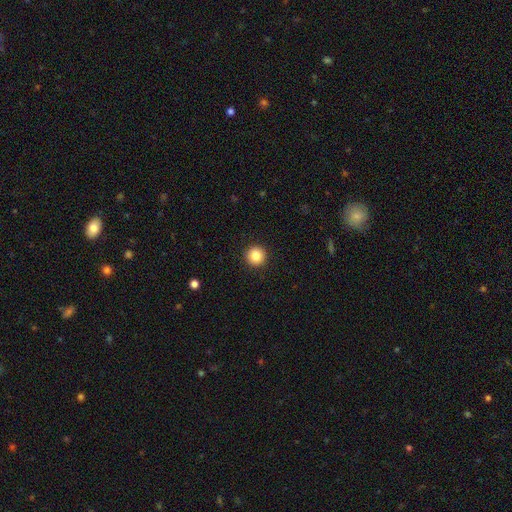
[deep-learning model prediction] This appears to be a smooth galaxy with no disk features (86%) that is round (96%). Merging: none (93%).